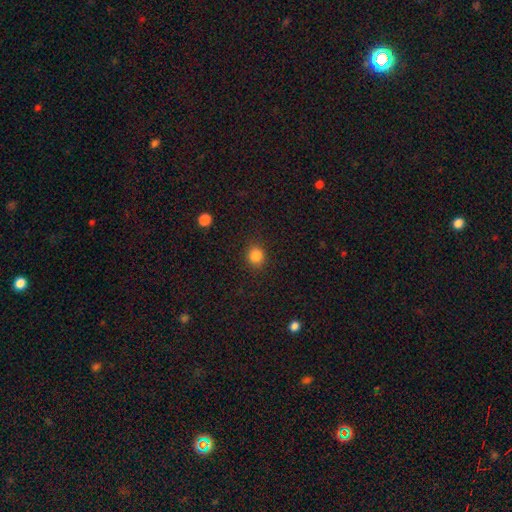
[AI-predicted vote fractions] Smooth or featured?
  - smooth: 85% *
  - star or artifact: 11%
  - featured or disk: 4%
How rounded?
  - round: 84% *
  - in between: 15%
  - cigar-shaped: 1%
Merging?
  - none: 89% *
  - minor disturbance: 7%
  - major disturbance: 2%
  - merger: 1%